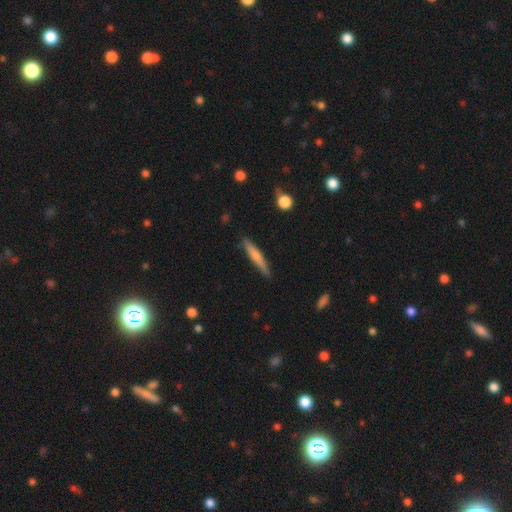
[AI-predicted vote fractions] smooth-or-featured: smooth: 63% | featured or disk: 31% | star or artifact: 6%
  how-rounded: cigar-shaped: 92% | in between: 6% | round: 1%
  merging: none: 85% | minor disturbance: 11% | major disturbance: 2% | merger: 2%